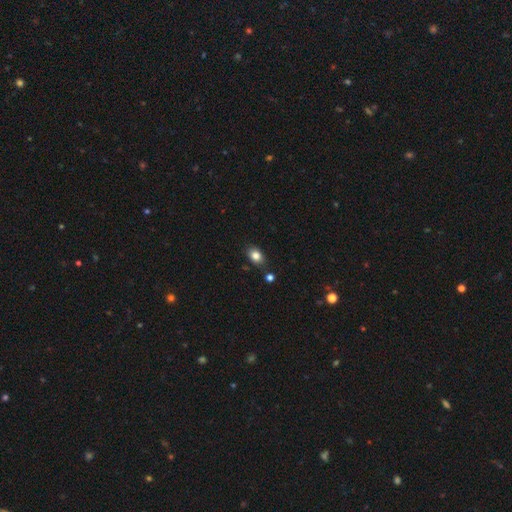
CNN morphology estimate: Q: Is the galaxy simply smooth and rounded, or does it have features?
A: smooth — 83%.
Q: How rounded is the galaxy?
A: in between — 75%.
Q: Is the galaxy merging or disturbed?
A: none — 81%.